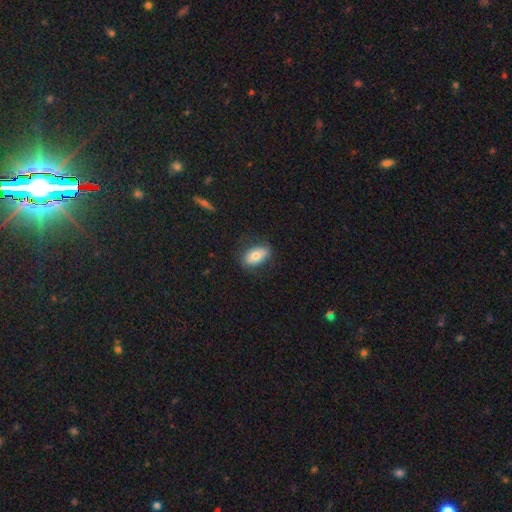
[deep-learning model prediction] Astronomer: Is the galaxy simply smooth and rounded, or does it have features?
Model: smooth — 73%.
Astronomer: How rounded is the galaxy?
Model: in between — 90%.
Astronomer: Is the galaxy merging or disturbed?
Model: none — 77%.